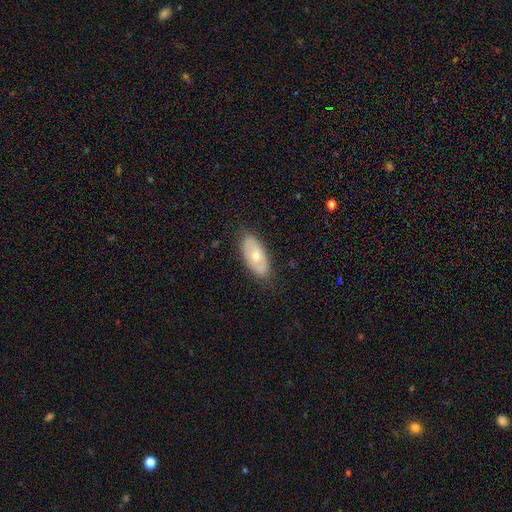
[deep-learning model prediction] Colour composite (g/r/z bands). It shows a smooth galaxy with no disk features (55%) that is in between round and cigar-shaped (90%). Merging: none (82%).